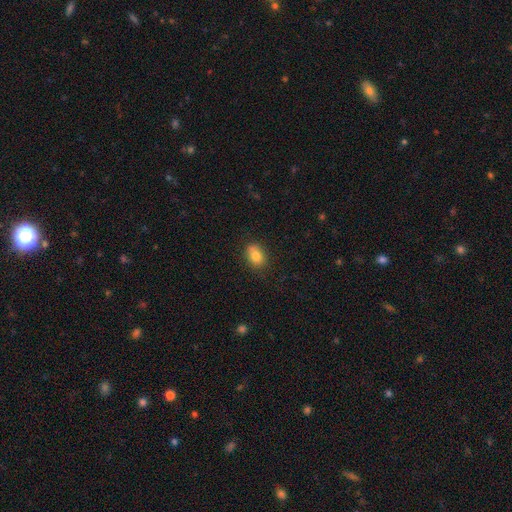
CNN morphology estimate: smooth 79%, featured or disk 11%, star or artifact 10%. Down the decision tree: how rounded — in between (62%); merging — none (71%).